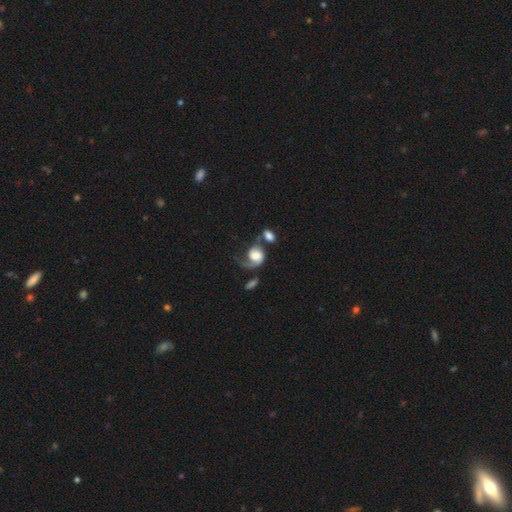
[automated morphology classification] A featured or disk galaxy (62%) with no bar (67%), 1 (67%) loose (51%) spiral arms (88%) and a large central bulge (40%).

Vote fractions:
- Smooth or featured? featured or disk: 62% / smooth: 30% / star or artifact: 8%
- Edge-on disk? no: 97% / yes: 3%
- Bar? no: 67% / weak: 26% / strong: 7%
- Spiral arms? yes: 88% / no: 12%
- Spiral winding? loose: 51% / medium: 32% / tight: 17%
- Spiral arm count? 1: 67% / 2: 27% / can't tell: 4% / 3: 1% / 4: 1% / more than 4: 1%
- Bulge size? large: 40% / moderate: 26% / small: 13% / dominant: 11% / none: 10%
- Merging? major disturbance: 31% / merger: 30% / none: 26% / minor disturbance: 13%